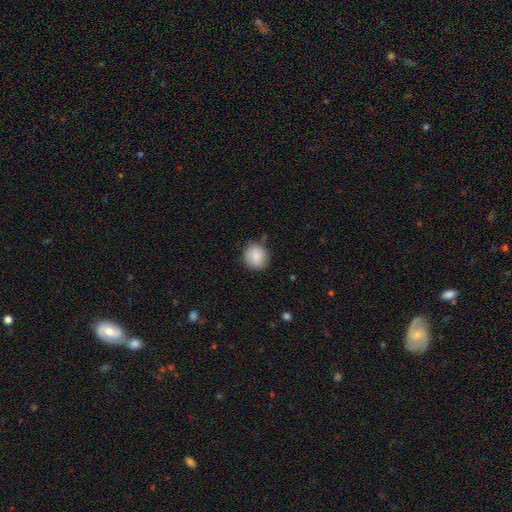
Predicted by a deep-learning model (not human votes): smooth-or-featured: smooth: 88% | star or artifact: 7% | featured or disk: 5%
  how-rounded: round: 88% | in between: 11% | cigar-shaped: 1%
  merging: none: 79% | minor disturbance: 15% | major disturbance: 3% | merger: 2%